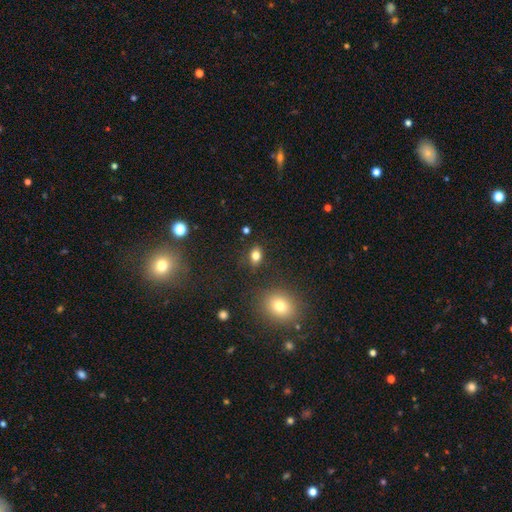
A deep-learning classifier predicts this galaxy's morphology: The model was most divided on "how rounded": in between: 73%, round: 25%, cigar-shaped: 2%. More confident: merging — none (83%); smooth or featured — smooth (80%).